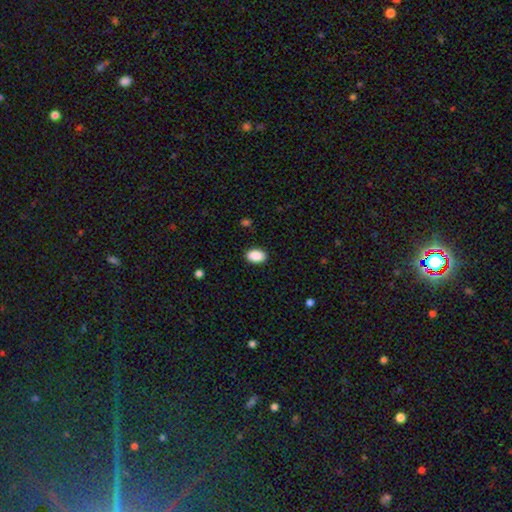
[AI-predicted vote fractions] Overall: smooth (90%). How rounded: in between (88%). Merging: none (89%).